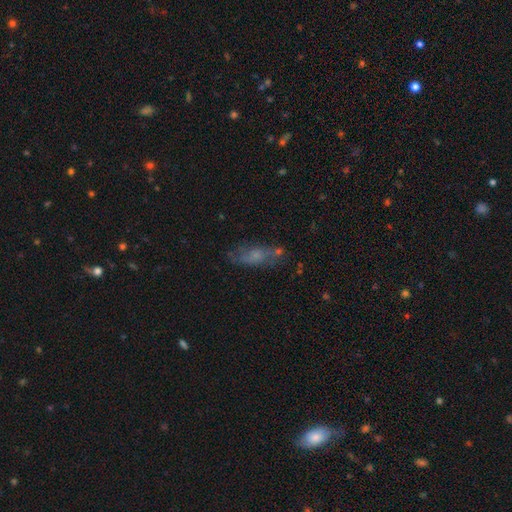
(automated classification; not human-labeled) The model was most divided on "smooth or featured": smooth: 50%, featured or disk: 38%, star or artifact: 12%. More confident: how rounded — in between (64%); merging — none (55%).